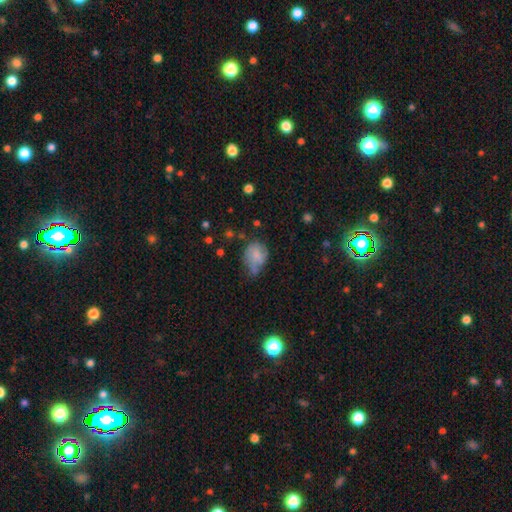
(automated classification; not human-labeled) Smooth or featured: smooth — 67% (featured or disk — 23%)
How rounded: in between — 51% (round — 48%)
Merging: minor disturbance — 38% (none — 34%)